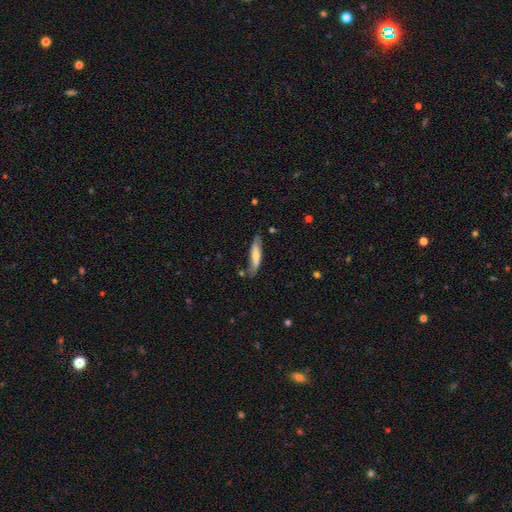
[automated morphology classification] Overall: smooth (57%; featured or disk 37%). How rounded: cigar-shaped (77%). Merging: none (71%).